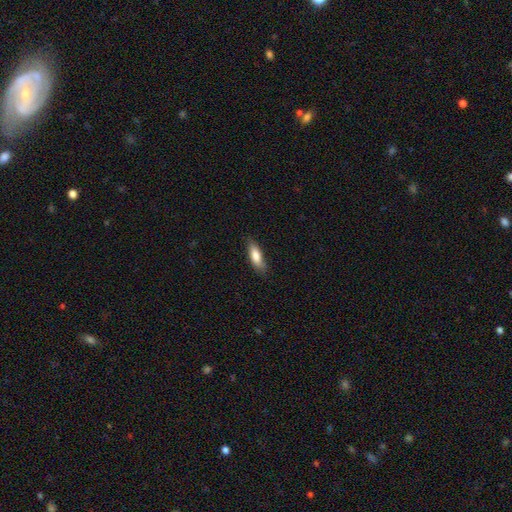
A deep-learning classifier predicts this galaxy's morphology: type=smooth (80%); roundness=in between (58%); merging=none (79%).